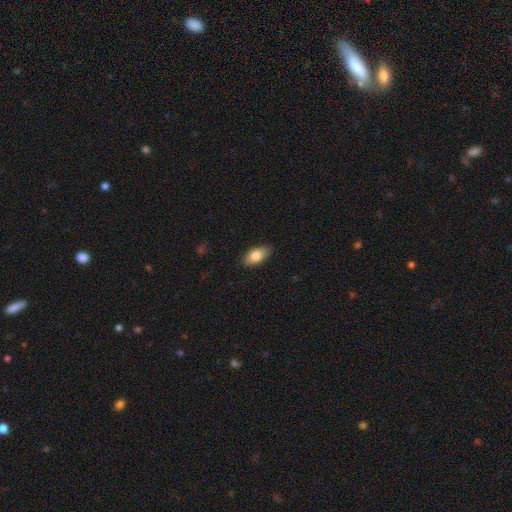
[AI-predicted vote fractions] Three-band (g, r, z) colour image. It shows a smooth galaxy with no disk features (82%) that is in between round and cigar-shaped (90%). Merging: none (86%).